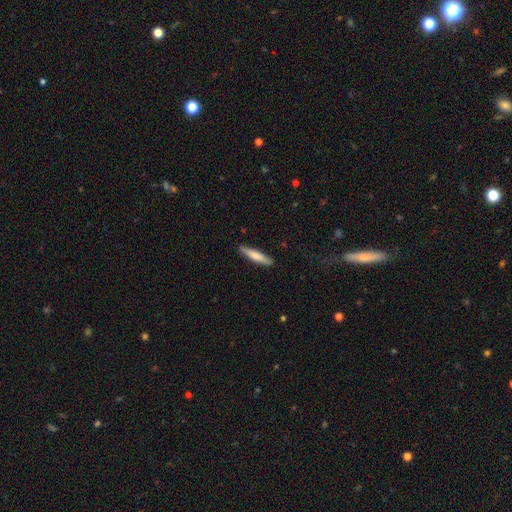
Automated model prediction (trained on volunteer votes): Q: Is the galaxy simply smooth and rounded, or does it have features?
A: smooth — 69%.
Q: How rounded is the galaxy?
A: cigar-shaped — 88%.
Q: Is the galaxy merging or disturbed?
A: none — 88%.